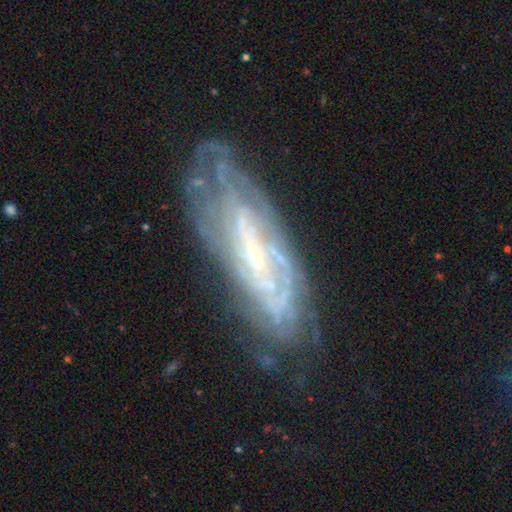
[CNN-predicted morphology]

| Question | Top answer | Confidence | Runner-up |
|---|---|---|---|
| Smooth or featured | featured or disk | 79% | smooth (13%) |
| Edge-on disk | no | 79% | yes (21%) |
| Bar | weak | 38% | no (35%) |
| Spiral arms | yes | 82% | no (18%) |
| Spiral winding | tight | 66% | medium (25%) |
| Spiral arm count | can't tell | 62% | 2 (15%) |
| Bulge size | small | 63% | moderate (22%) |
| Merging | none | 66% | minor disturbance (22%) |